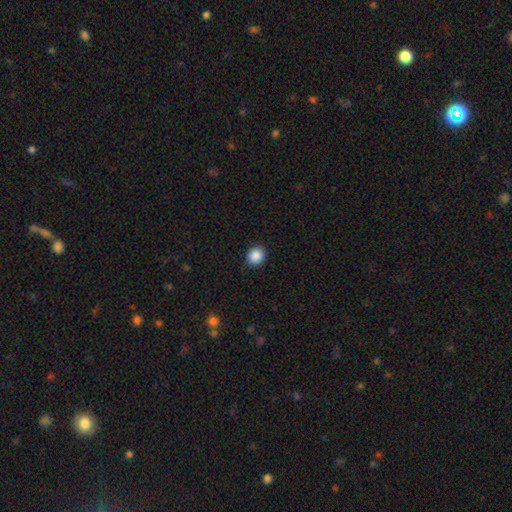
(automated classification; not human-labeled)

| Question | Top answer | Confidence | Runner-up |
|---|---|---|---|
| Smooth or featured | smooth | 88% | star or artifact (9%) |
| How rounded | round | 71% | in between (28%) |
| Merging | none | 89% | minor disturbance (8%) |